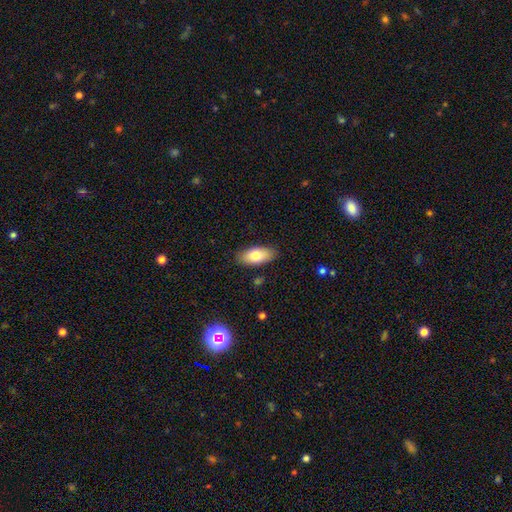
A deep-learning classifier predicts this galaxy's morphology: Smooth or featured? Predicted: smooth (p=0.76). How rounded? Predicted: in between (p=0.90). Merging? Predicted: none (p=0.85).